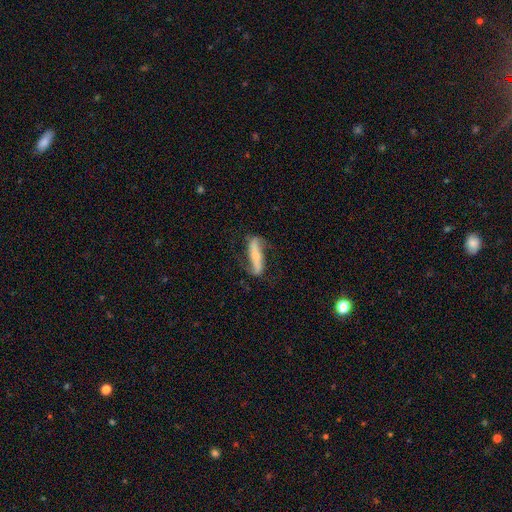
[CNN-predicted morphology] Smooth or featured: featured or disk — 70% (smooth — 24%)
Edge-on disk: no — 68% (yes — 32%)
Merging: none — 71% (minor disturbance — 19%)